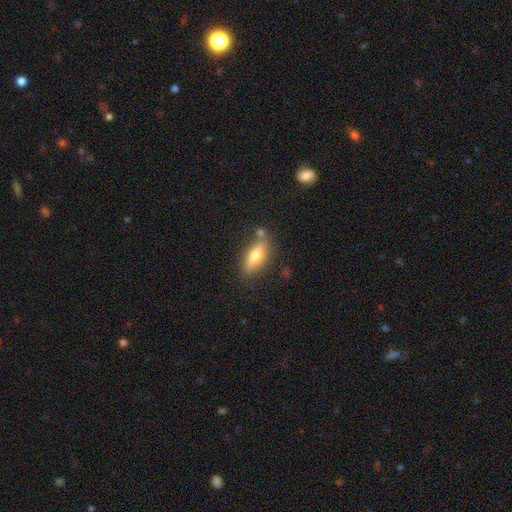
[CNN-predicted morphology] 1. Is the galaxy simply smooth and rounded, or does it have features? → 62% smooth, 31% featured or disk, 7% star or artifact.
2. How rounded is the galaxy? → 61% in between, 36% cigar-shaped, 3% round.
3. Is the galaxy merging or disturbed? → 73% none, 15% minor disturbance, 9% merger, 4% major disturbance.